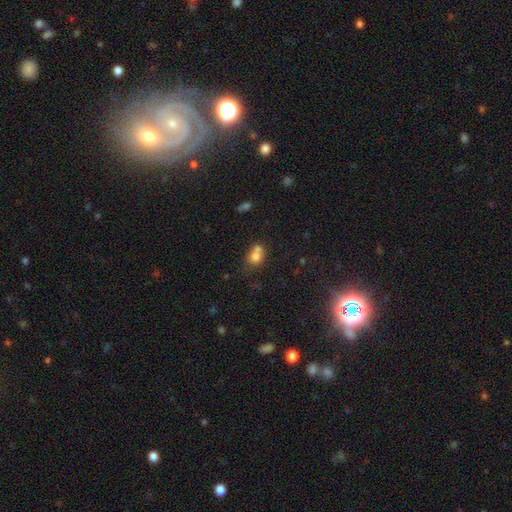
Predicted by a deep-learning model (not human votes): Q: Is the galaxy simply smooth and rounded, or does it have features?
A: smooth — 73%.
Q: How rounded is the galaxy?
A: round — 62%.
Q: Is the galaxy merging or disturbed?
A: merger — 55%.